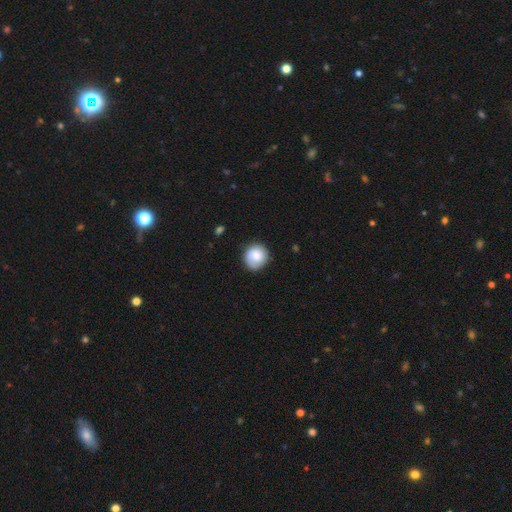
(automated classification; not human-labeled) The model was most divided on "merging": none: 83%, minor disturbance: 13%, major disturbance: 3%, merger: 1%. More confident: how rounded — round (90%); smooth or featured — smooth (82%).